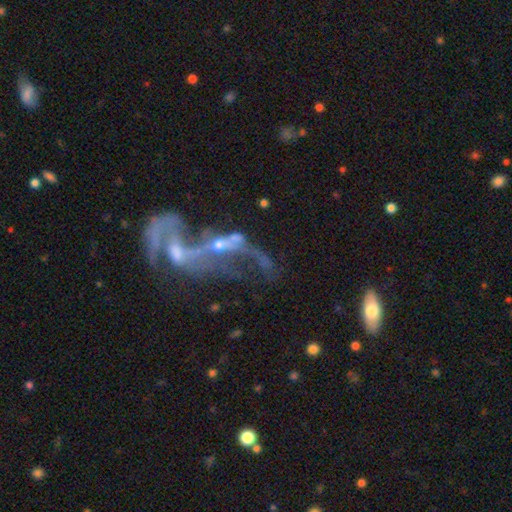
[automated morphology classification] Smooth or featured? Predicted: featured or disk (p=0.70). Edge-on disk? Predicted: no (p=0.92). Bar? Predicted: no (p=0.63). Spiral arms? Predicted: yes (p=0.60). Bulge size? Predicted: small (p=0.44). Merging? Predicted: merger (p=0.63).